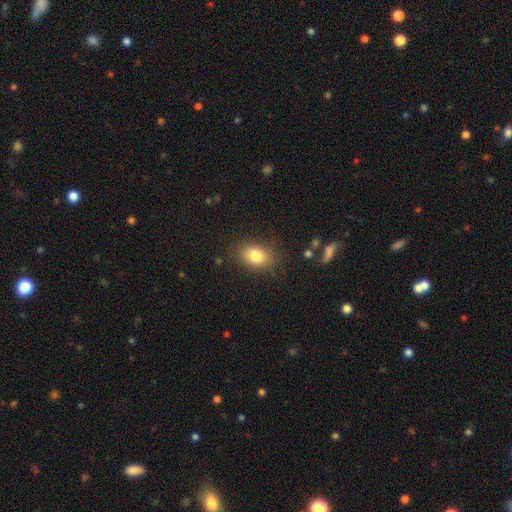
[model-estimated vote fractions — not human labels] This appears to be a smooth galaxy with no disk features (82%) that is in between round and cigar-shaped (75%). Merging: none (82%).